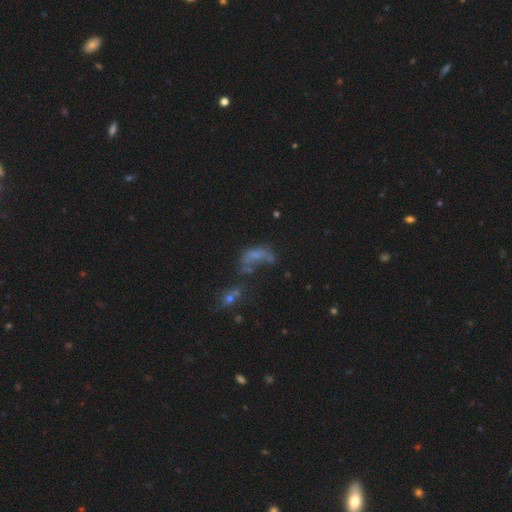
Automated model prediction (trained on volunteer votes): Smooth or featured? Predicted: smooth (p=0.41). Merging? Predicted: major disturbance (p=0.32).